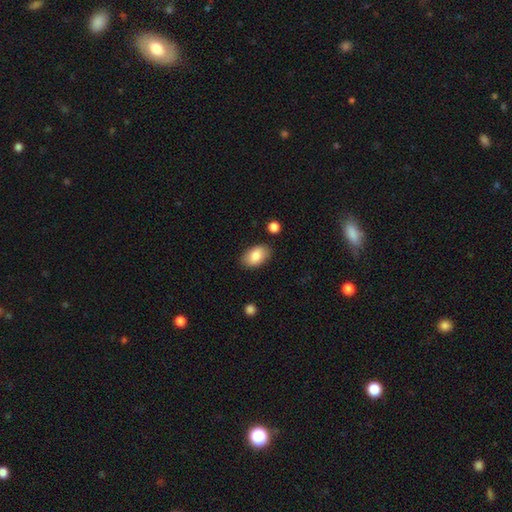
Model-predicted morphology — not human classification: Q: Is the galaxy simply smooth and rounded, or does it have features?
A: smooth — 85%.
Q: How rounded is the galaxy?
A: in between — 92%.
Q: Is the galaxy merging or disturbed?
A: none — 86%.